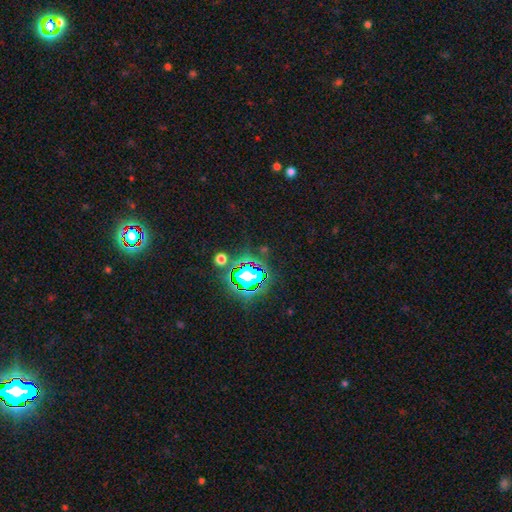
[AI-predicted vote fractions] The model was most divided on "smooth or featured": star or artifact: 83%, smooth: 10%, featured or disk: 7%.